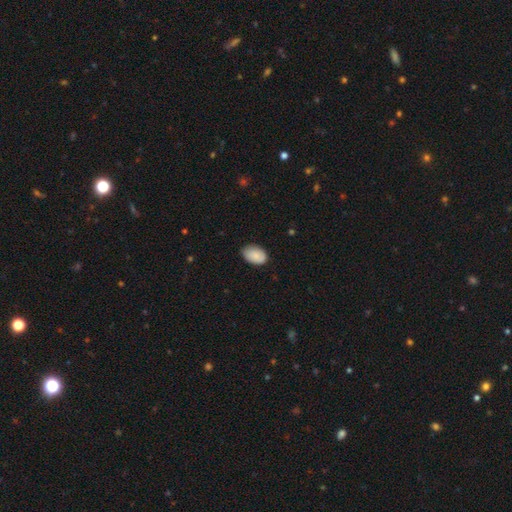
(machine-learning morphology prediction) smooth-or-featured: smooth: 86% | featured or disk: 7% | star or artifact: 7%
  how-rounded: in between: 88% | round: 11% | cigar-shaped: 1%
  merging: none: 71% | minor disturbance: 24% | major disturbance: 3% | merger: 1%